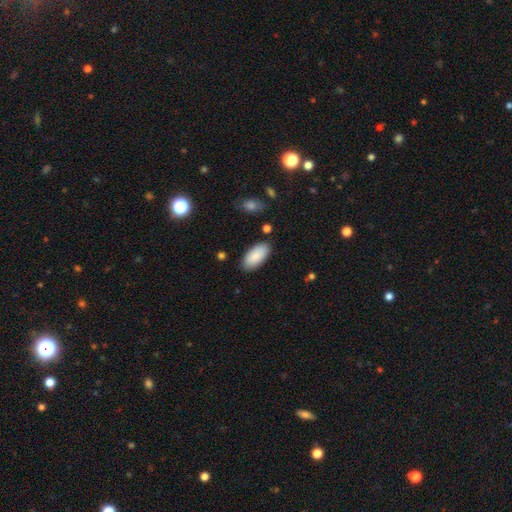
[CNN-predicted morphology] smooth 89%, star or artifact 6%, featured or disk 5%. Down the decision tree: how rounded — in between (93%); merging — none (85%).